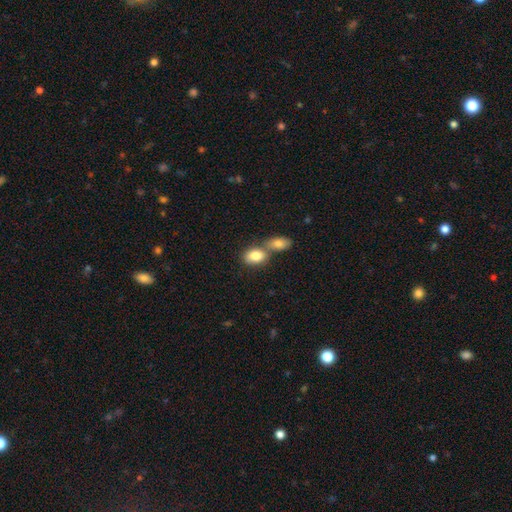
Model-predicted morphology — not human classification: Smooth or featured? Predicted: smooth (p=0.83). How rounded? Predicted: in between (p=0.82). Merging? Predicted: merger (p=0.53).